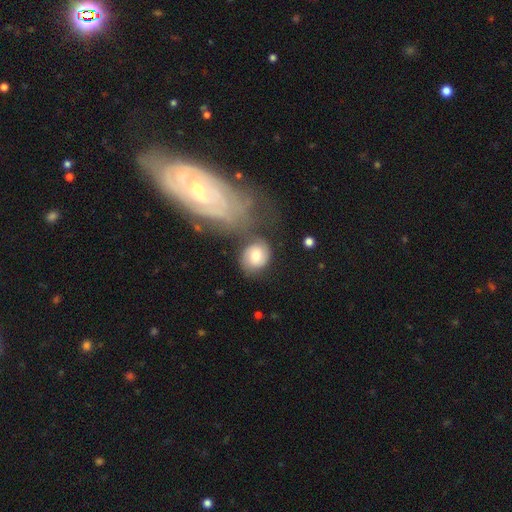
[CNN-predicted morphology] Overall: smooth (55%; featured or disk 37%). How rounded: round (72%). Merging: none (63%).